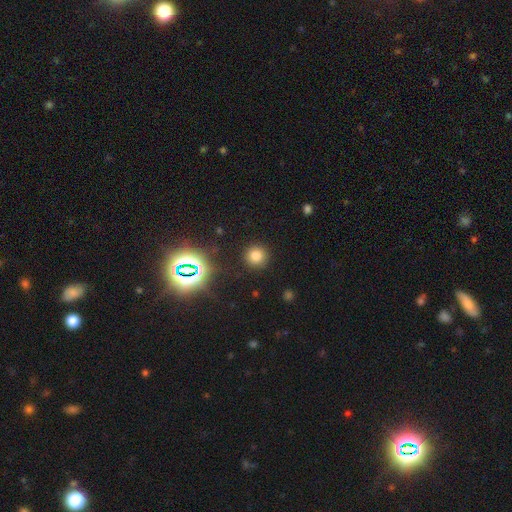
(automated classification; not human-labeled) A smooth galaxy with no disk features (74%) that is round (94%).

Vote fractions:
- Smooth or featured? smooth: 74% / star or artifact: 20% / featured or disk: 7%
- How rounded? round: 94% / in between: 5% / cigar-shaped: 1%
- Merging? none: 90% / minor disturbance: 6% / major disturbance: 3% / merger: 2%